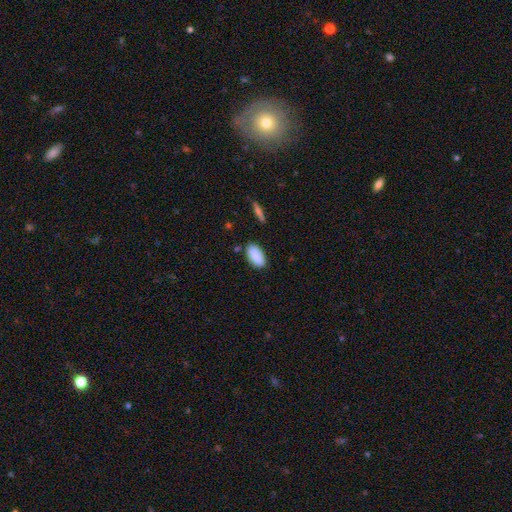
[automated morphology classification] This is clearly a smooth galaxy (90%). How rounded: clearly in between (92%). Merging: clearly none (82%).